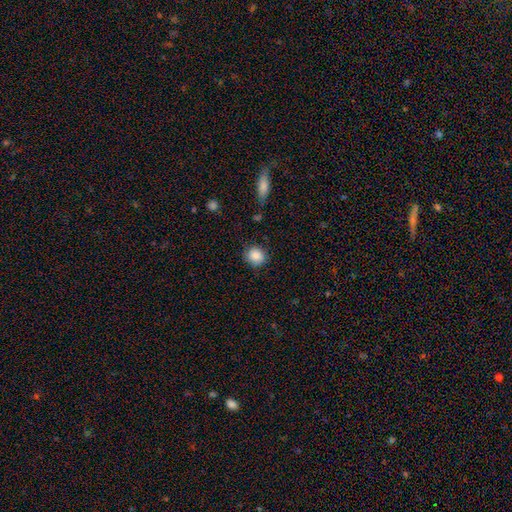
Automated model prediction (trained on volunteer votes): The model was most divided on "merging": none: 82%, minor disturbance: 13%, major disturbance: 3%, merger: 2%. More confident: smooth or featured — smooth (87%); how rounded — round (85%).